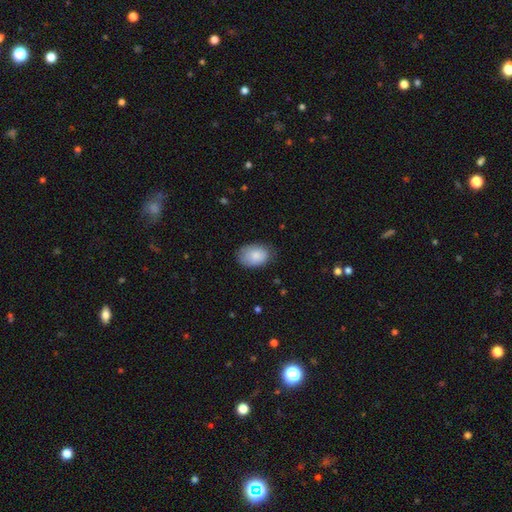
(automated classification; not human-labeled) Q: Smooth or featured?
A: smooth (83%); runner-up: featured or disk (11%)
Q: How rounded?
A: in between (83%); runner-up: round (16%)
Q: Merging?
A: none (72%); runner-up: minor disturbance (23%)